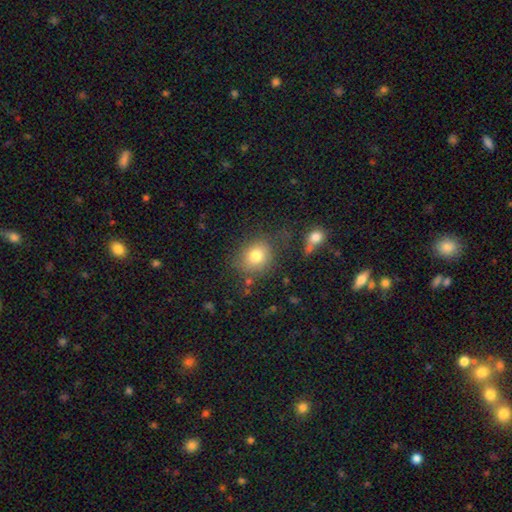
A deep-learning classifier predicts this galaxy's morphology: Smooth or featured? Predicted: smooth (p=0.78). How rounded? Predicted: round (p=0.69). Merging? Predicted: none (p=0.71).